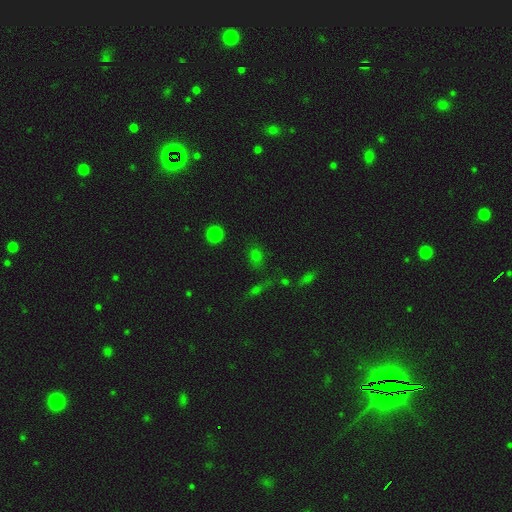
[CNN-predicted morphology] This appears to be a smooth galaxy with no disk features (59%) that is round (49%). Merging: none (72%).